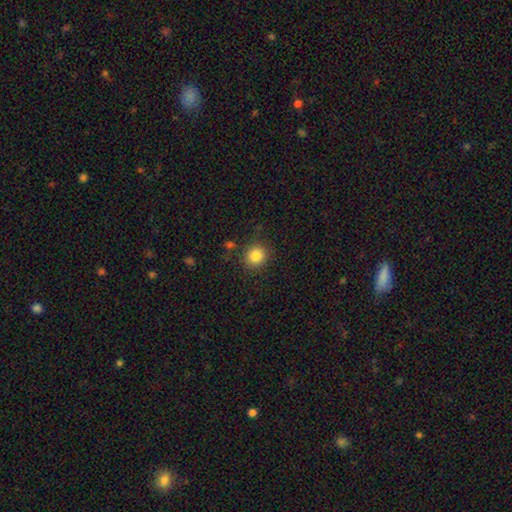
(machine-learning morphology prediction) Smooth or featured?
  - smooth: 84% *
  - star or artifact: 11%
  - featured or disk: 5%
How rounded?
  - round: 86% *
  - in between: 13%
  - cigar-shaped: 1%
Merging?
  - none: 85% *
  - minor disturbance: 9%
  - major disturbance: 3%
  - merger: 3%